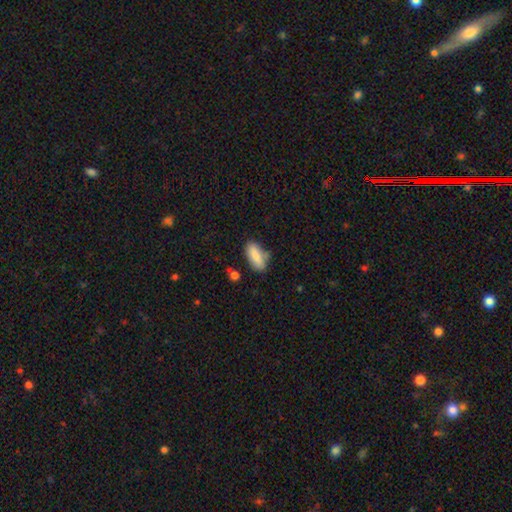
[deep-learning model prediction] Smooth or featured? Predicted: smooth (p=0.86). How rounded? Predicted: in between (p=0.80). Merging? Predicted: none (p=0.69).